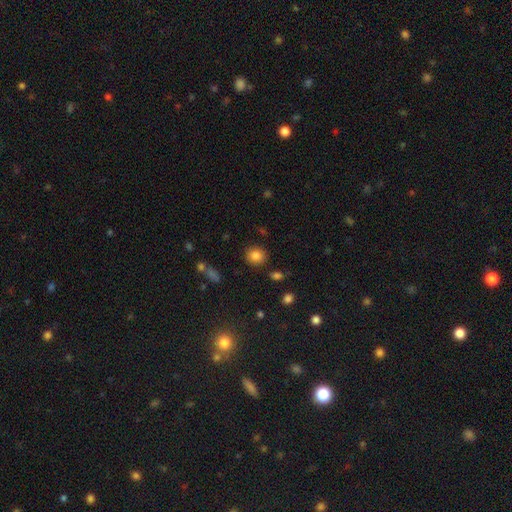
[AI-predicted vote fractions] This is clearly a smooth galaxy (83%). How rounded: clearly round (83%). Merging: clearly none (87%).